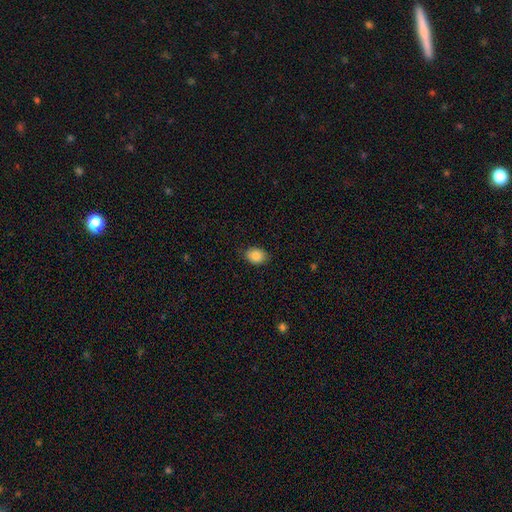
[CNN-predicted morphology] Smooth or featured?
  - smooth: 87% *
  - star or artifact: 8%
  - featured or disk: 6%
How rounded?
  - in between: 70% *
  - round: 29%
  - cigar-shaped: 1%
Merging?
  - none: 85% *
  - minor disturbance: 12%
  - major disturbance: 2%
  - merger: 1%